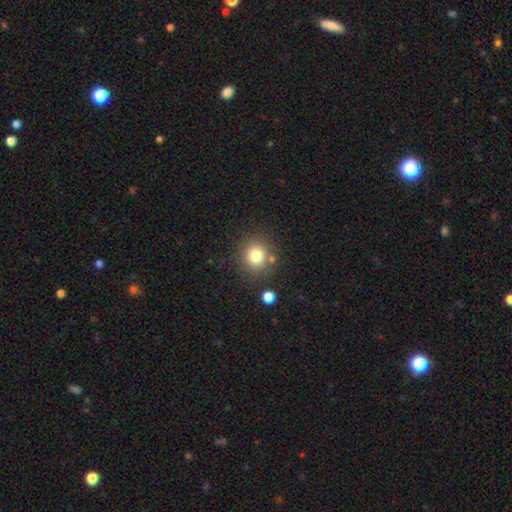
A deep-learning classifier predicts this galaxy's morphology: smooth_or_featured: smooth (p=0.79) [alt: star or artifact p=0.13]
how_rounded: round (p=0.88) [alt: in between p=0.12]
merging: none (p=0.80) [alt: minor disturbance p=0.09]